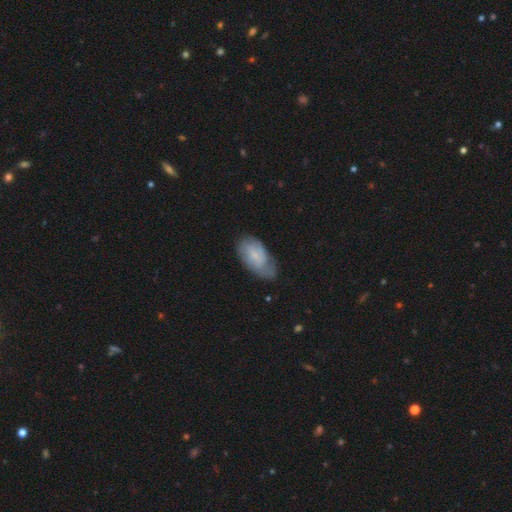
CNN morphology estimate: A smooth galaxy with no disk features (48%). Merging: none (52%).